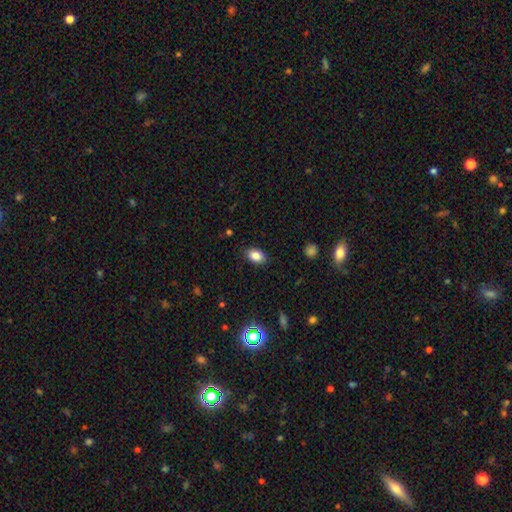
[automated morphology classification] smooth 85%, star or artifact 9%, featured or disk 6%. Down the decision tree: how rounded — in between (86%); merging — none (87%).